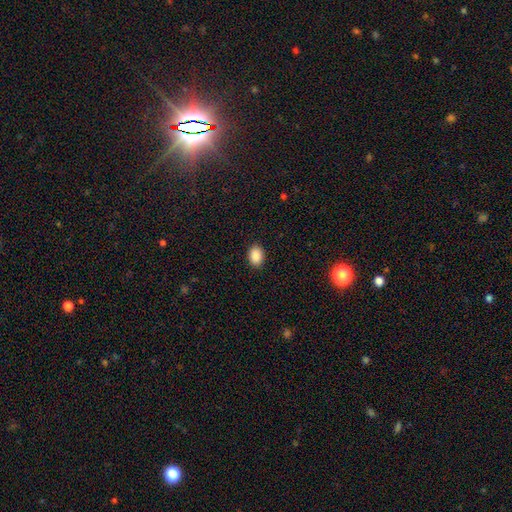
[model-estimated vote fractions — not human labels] Smooth or featured: smooth — 89% (star or artifact — 8%)
How rounded: in between — 76% (round — 23%)
Merging: none — 90% (minor disturbance — 7%)